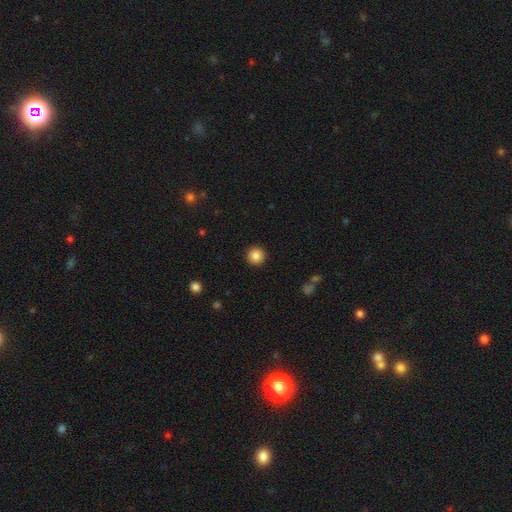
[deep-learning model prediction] Smooth or featured: smooth — 86% (star or artifact — 10%)
How rounded: round — 96% (in between — 3%)
Merging: none — 93% (minor disturbance — 4%)